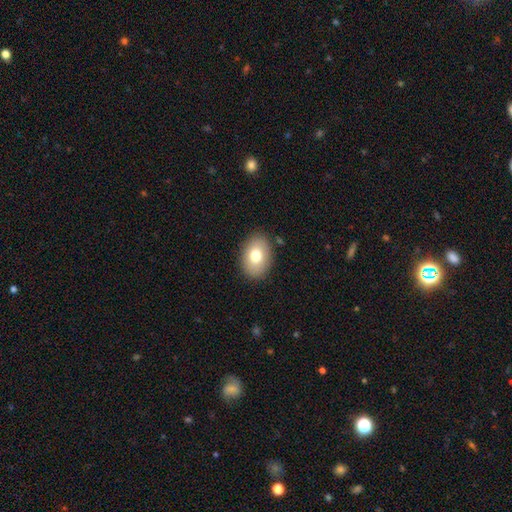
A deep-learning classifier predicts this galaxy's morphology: The model was most divided on "smooth or featured": smooth: 77%, featured or disk: 15%, star or artifact: 8%. More confident: merging — none (87%); how rounded — in between (81%).